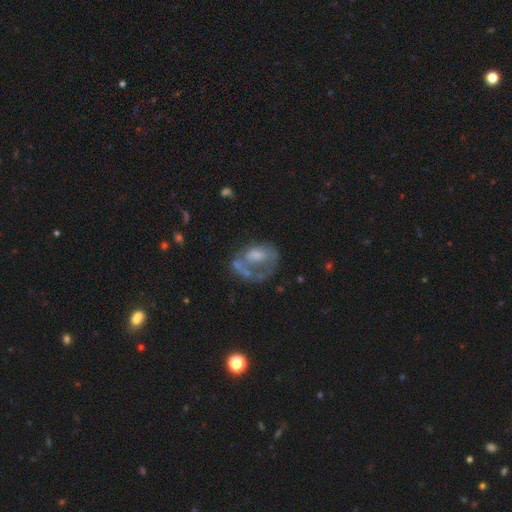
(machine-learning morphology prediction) Smooth or featured?
  - featured or disk: 55% *
  - smooth: 32%
  - star or artifact: 13%
Edge-on disk?
  - no: 96% *
  - yes: 4%
Bar?
  - no: 82% *
  - weak: 14%
  - strong: 4%
Spiral arms?
  - no: 70% *
  - yes: 30%
Bulge size?
  - none: 33% *
  - moderate: 32%
  - small: 19%
  - large: 13%
  - dominant: 3%
Merging?
  - major disturbance: 38% *
  - none: 32%
  - minor disturbance: 16%
  - merger: 13%